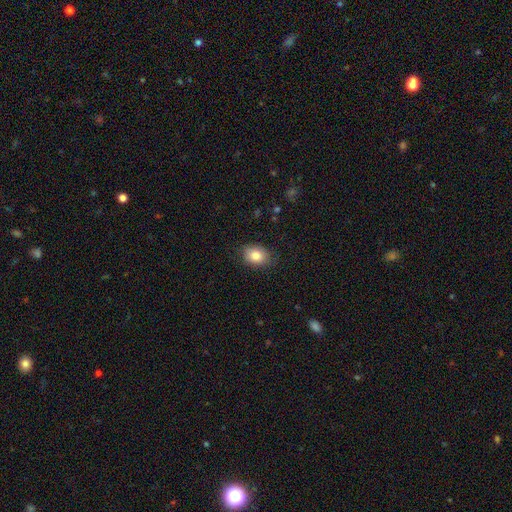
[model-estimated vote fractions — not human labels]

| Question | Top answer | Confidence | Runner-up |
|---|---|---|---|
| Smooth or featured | smooth | 84% | featured or disk (8%) |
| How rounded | in between | 71% | round (28%) |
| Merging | none | 82% | minor disturbance (14%) |